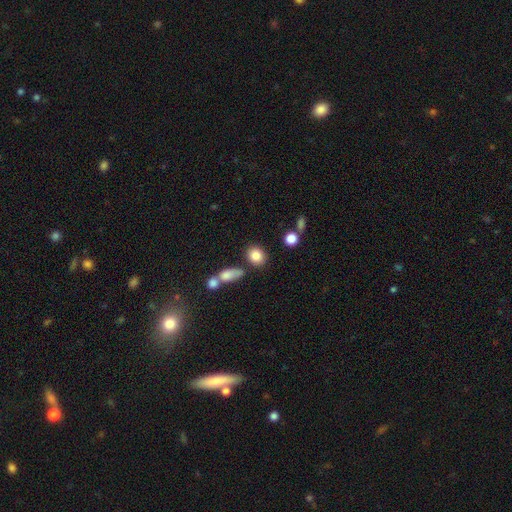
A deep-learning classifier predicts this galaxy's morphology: type=smooth (82%); roundness=round (61%); merging=none (72%).